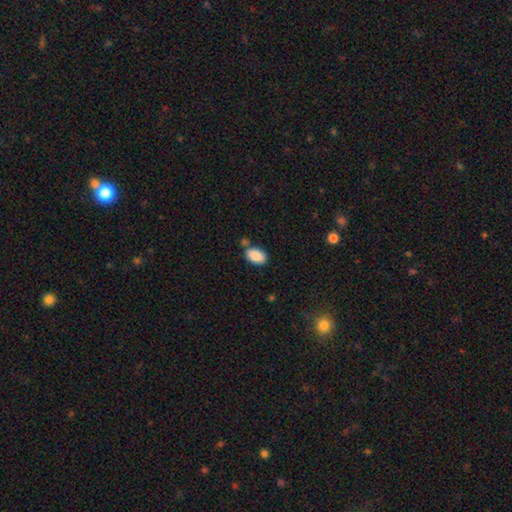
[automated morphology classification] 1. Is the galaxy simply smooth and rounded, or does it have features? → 89% smooth, 7% star or artifact, 4% featured or disk.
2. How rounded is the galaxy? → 93% in between, 5% round, 1% cigar-shaped.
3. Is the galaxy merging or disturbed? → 67% none, 15% minor disturbance, 14% merger, 4% major disturbance.